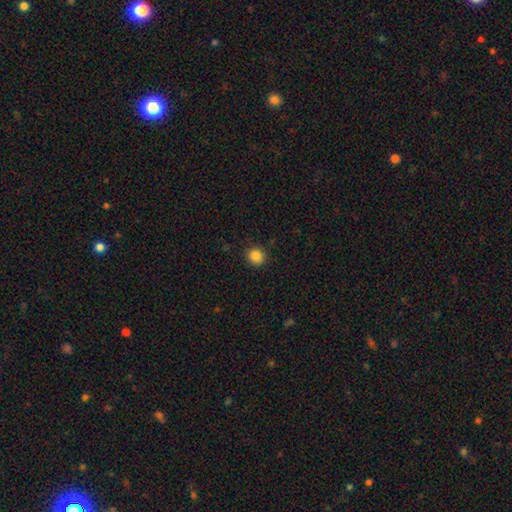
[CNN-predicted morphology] Smooth or featured? Predicted: smooth (p=0.85). How rounded? Predicted: round (p=0.90). Merging? Predicted: none (p=0.90).